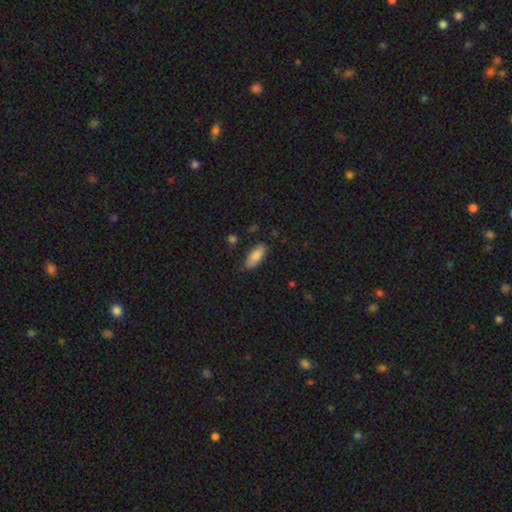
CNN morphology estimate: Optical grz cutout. It shows a smooth galaxy with no disk features (86%) that is in between round and cigar-shaped (81%). Merging: none (79%).